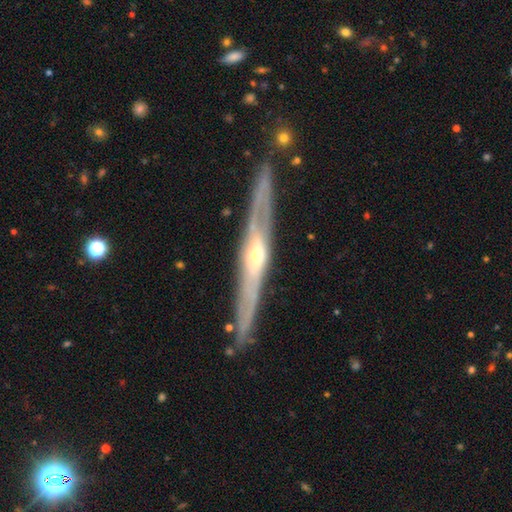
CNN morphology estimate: The model was most divided on "edge-on bulge": rounded: 80%, none: 15%, boxy: 5%. More confident: edge-on disk — yes (87%); merging — none (84%); smooth or featured — featured or disk (81%).